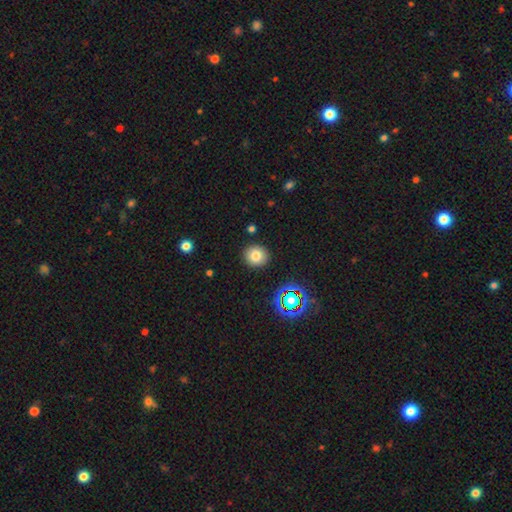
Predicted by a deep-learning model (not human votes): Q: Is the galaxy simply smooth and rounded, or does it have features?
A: smooth — 78%.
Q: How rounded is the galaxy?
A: round — 88%.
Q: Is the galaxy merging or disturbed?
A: none — 90%.